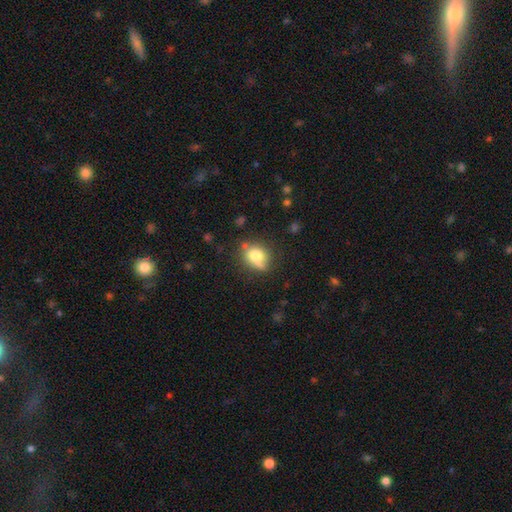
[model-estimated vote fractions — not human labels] Smooth or featured? Predicted: smooth (p=0.75). How rounded? Predicted: round (p=0.56). Merging? Predicted: none (p=0.58).